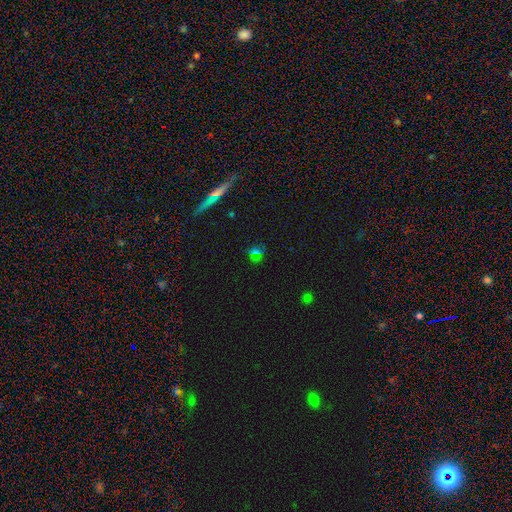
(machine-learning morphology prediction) star or artifact 48%, smooth 40%, featured or disk 12%.